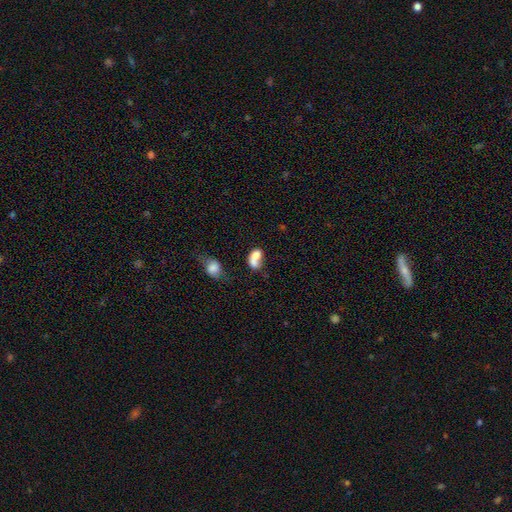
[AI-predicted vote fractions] Smooth or featured: smooth — 70% (featured or disk — 20%)
How rounded: in between — 70% (round — 28%)
Merging: merger — 61% (none — 18%)